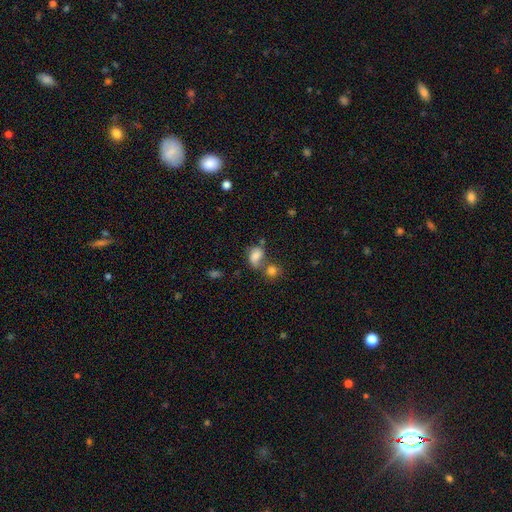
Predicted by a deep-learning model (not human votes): A smooth galaxy with no disk features (70%) that is in between round and cigar-shaped (73%).

Vote fractions:
- Smooth or featured? smooth: 70% / featured or disk: 19% / star or artifact: 11%
- How rounded? in between: 73% / round: 25% / cigar-shaped: 2%
- Merging? none: 36% (tied) / merger: 36% (tied) / minor disturbance: 17% / major disturbance: 10%